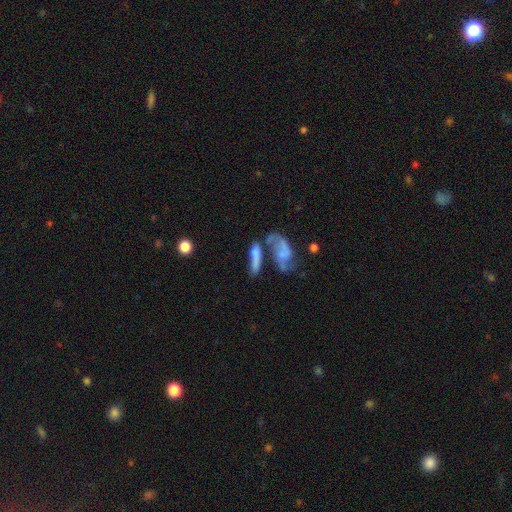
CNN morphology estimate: smooth 57%, featured or disk 33%, star or artifact 10%. Down the decision tree: how rounded — cigar-shaped (58%); merging — merger (40%).